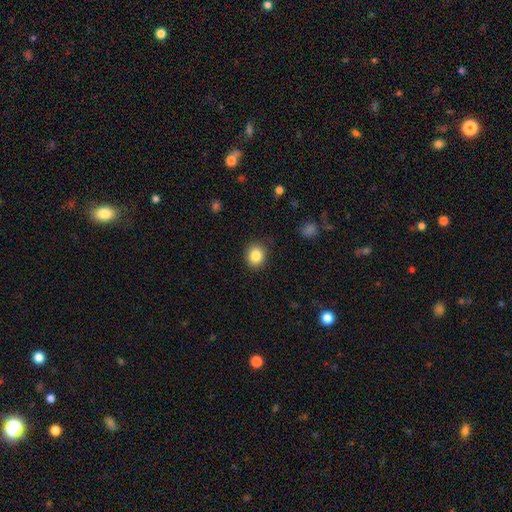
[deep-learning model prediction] A smooth galaxy with no disk features (84%) that is round (70%). Merging: none (87%).